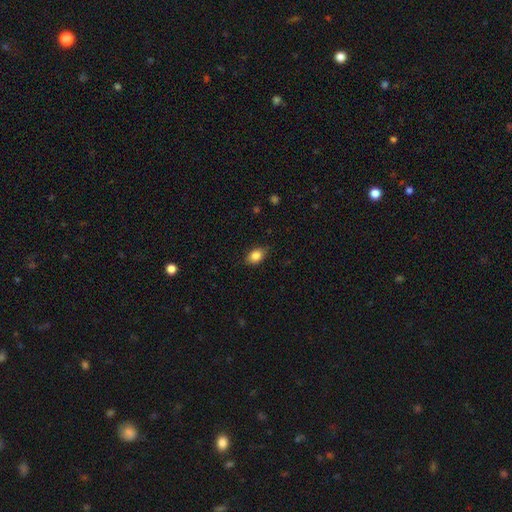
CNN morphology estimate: A smooth galaxy with no disk features (84%) that is in between round and cigar-shaped (78%).

Vote fractions:
- Smooth or featured? smooth: 84% / star or artifact: 8% / featured or disk: 7%
- How rounded? in between: 78% / round: 20% / cigar-shaped: 2%
- Merging? none: 83% / minor disturbance: 13% / major disturbance: 2% / merger: 1%